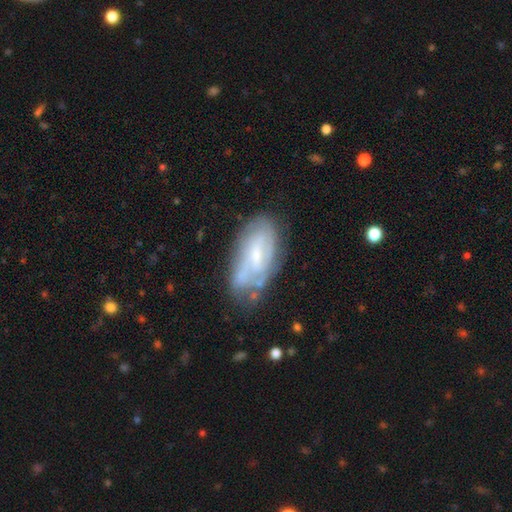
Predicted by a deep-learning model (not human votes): smooth_or_featured: featured or disk (p=0.62) [alt: smooth p=0.30]
disk_edge_on: no (p=0.91) [alt: yes p=0.09]
bar: weak (p=0.43) [alt: no p=0.40]
has_spiral_arms: yes (p=0.64) [alt: no p=0.36]
bulge_size: small (p=0.52) [alt: moderate p=0.33]
merging: none (p=0.60) [alt: minor disturbance p=0.25]